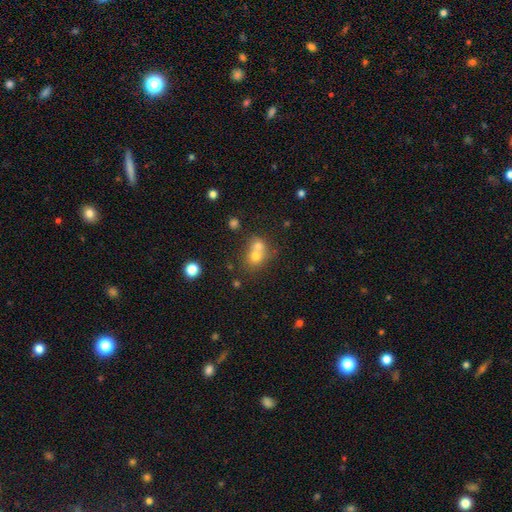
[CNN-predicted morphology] smooth_or_featured: smooth (p=0.70) [alt: featured or disk p=0.17]
how_rounded: round (p=0.68) [alt: in between p=0.31]
merging: merger (p=0.64) [alt: none p=0.27]